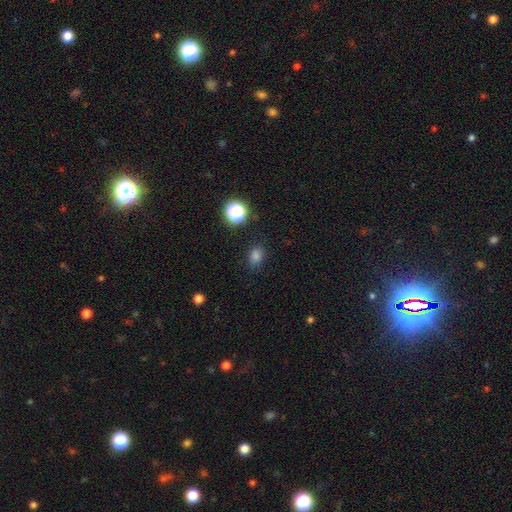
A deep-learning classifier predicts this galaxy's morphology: This appears to be a smooth galaxy with no disk features (78%) that is in between round and cigar-shaped (65%). Merging: none (84%).